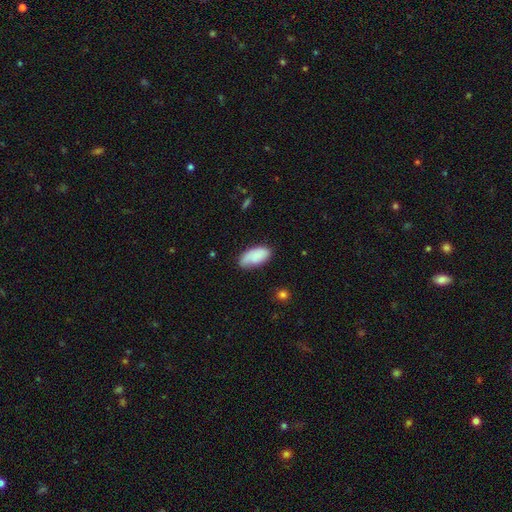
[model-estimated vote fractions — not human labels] Smooth or featured?
  - smooth: 80% *
  - featured or disk: 13%
  - star or artifact: 7%
How rounded?
  - in between: 93% *
  - cigar-shaped: 5%
  - round: 2%
Merging?
  - none: 64% *
  - minor disturbance: 27%
  - major disturbance: 6%
  - merger: 2%